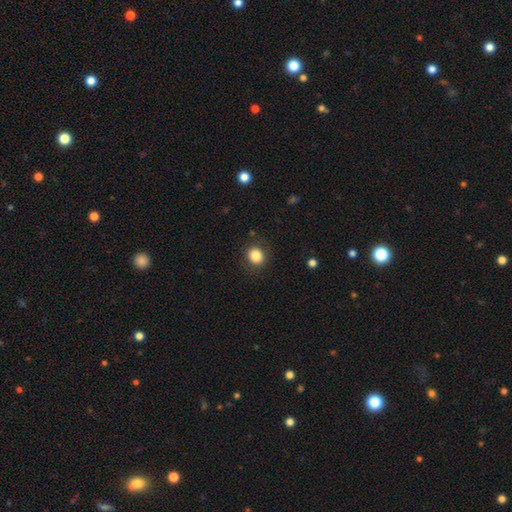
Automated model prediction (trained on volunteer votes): Smooth or featured? smooth (85%)
How rounded? round (77%)
Merging? none (87%)